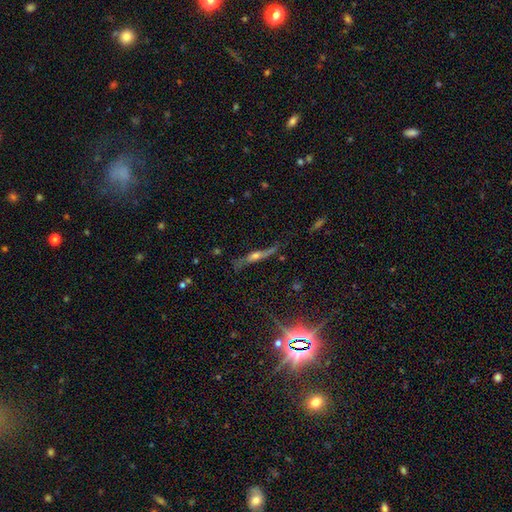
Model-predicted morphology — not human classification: This is likely a featured or disk galaxy (68%). It is likely viewed edge-on (79%). Edge-on bulge: clearly rounded (82%). Merging: likely none (62%).